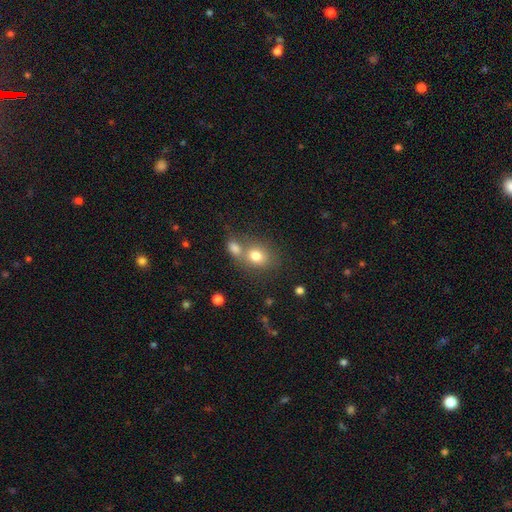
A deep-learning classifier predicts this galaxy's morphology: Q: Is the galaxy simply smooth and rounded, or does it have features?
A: smooth — 78%.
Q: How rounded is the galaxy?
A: round — 50%.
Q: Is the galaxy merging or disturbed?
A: none — 44%.